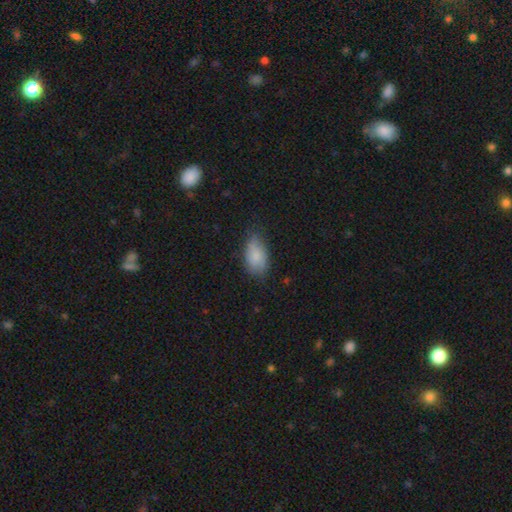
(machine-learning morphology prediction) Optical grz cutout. It shows a smooth galaxy with no disk features (81%) that is in between round and cigar-shaped (91%). Merging: none (61%).